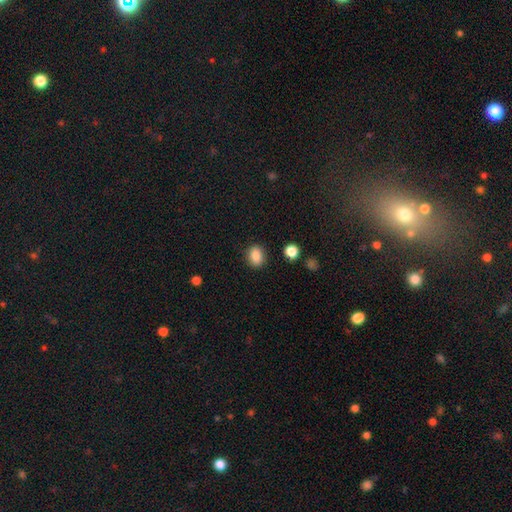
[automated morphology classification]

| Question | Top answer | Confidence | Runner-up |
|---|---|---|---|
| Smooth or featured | smooth | 87% | star or artifact (9%) |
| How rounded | in between | 57% | round (42%) |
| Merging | none | 87% | minor disturbance (9%) |